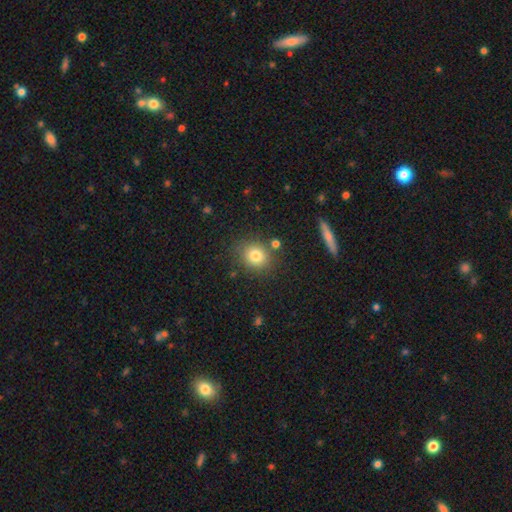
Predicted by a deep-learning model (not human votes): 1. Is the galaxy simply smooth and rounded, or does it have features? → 80% smooth, 12% star or artifact, 9% featured or disk.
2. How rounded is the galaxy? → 71% round, 28% in between, 1% cigar-shaped.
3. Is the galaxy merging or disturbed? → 80% none, 10% minor disturbance, 6% merger, 4% major disturbance.